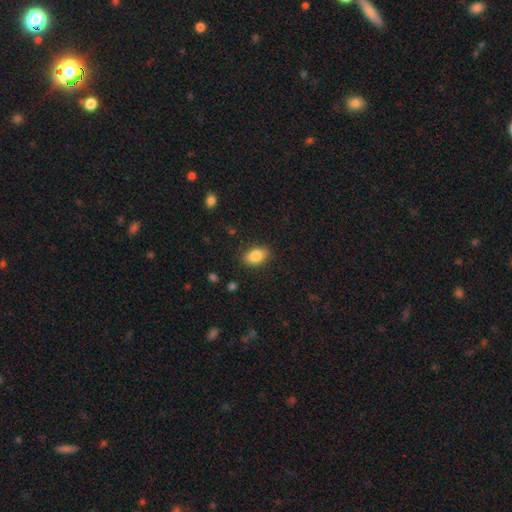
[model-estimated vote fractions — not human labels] This appears to be a smooth galaxy with no disk features (87%) that is in between round and cigar-shaped (86%). Merging: none (86%).